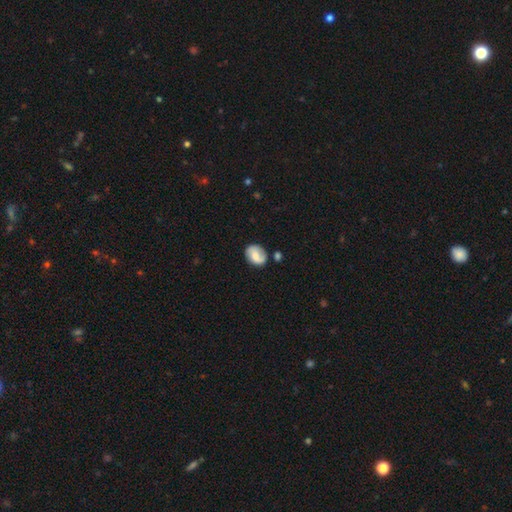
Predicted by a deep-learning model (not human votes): A smooth galaxy with no disk features (52%) that is in between round and cigar-shaped (59%).

Vote fractions:
- Smooth or featured? smooth: 52% / featured or disk: 40% / star or artifact: 8%
- How rounded? in between: 59% / round: 40% / cigar-shaped: 1%
- Merging? none: 66% / minor disturbance: 21% / merger: 7% / major disturbance: 6%